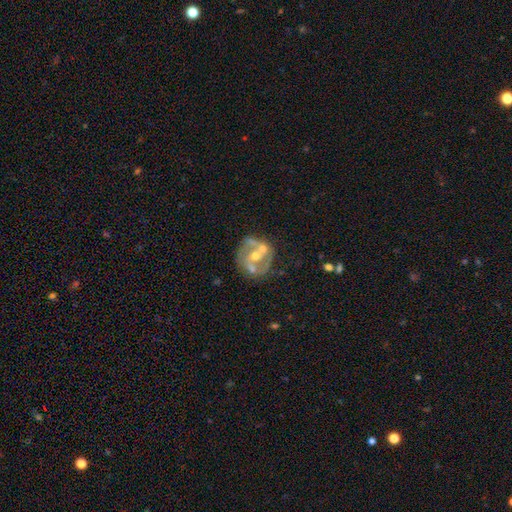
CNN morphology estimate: smooth-or-featured: featured or disk: 78% | smooth: 15% | star or artifact: 7%
  disk-edge-on: no: 97% | yes: 3%
    bar: no: 43% | weak: 34% | strong: 24%
    has-spiral-arms: yes: 72% | no: 28%
      spiral-winding: medium: 47% | tight: 28% | loose: 24%
      spiral-arm-count: 2: 76% | can't tell: 13% | 3: 5% | 1: 4% | 4: 1% | more than 4: 1%
    bulge-size: moderate: 60% | small: 35% | large: 2% | none: 2% | dominant: 1%
  merging: none: 57% | merger: 20% | minor disturbance: 16% | major disturbance: 8%